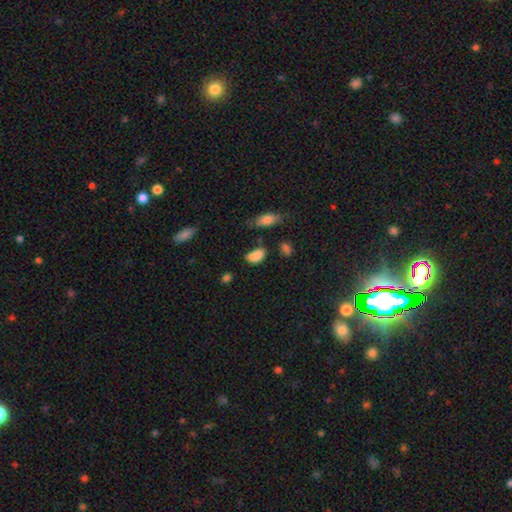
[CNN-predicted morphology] type=smooth (83%); roundness=in between (87%); merging=none (56%).